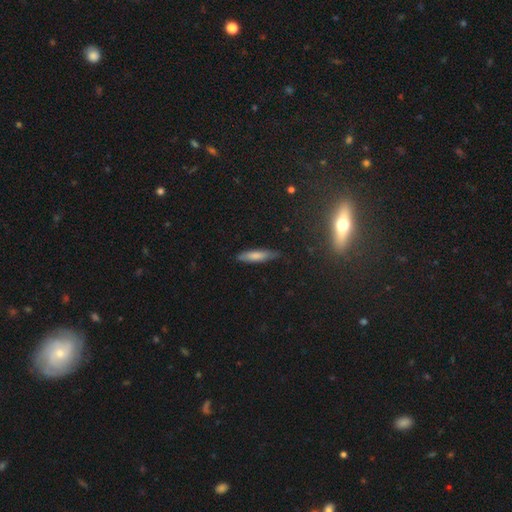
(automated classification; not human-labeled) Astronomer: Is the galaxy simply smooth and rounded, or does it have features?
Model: smooth — 72%.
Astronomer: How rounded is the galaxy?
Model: cigar-shaped — 77%.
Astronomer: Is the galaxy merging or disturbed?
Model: none — 80%.